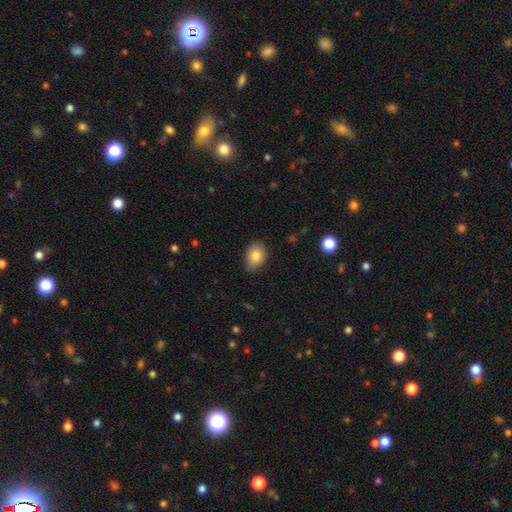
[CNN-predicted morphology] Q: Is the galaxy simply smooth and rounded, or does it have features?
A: smooth — 84%.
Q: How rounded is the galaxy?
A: in between — 78%.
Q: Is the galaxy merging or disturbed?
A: none — 75%.